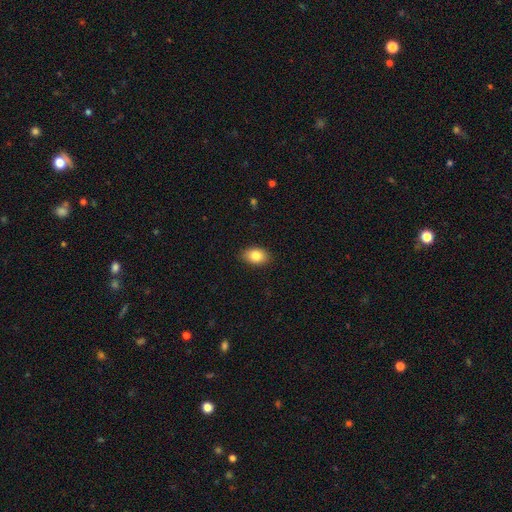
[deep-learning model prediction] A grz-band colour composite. It shows a smooth galaxy with no disk features (83%) that is in between round and cigar-shaped (86%). Merging: none (88%).